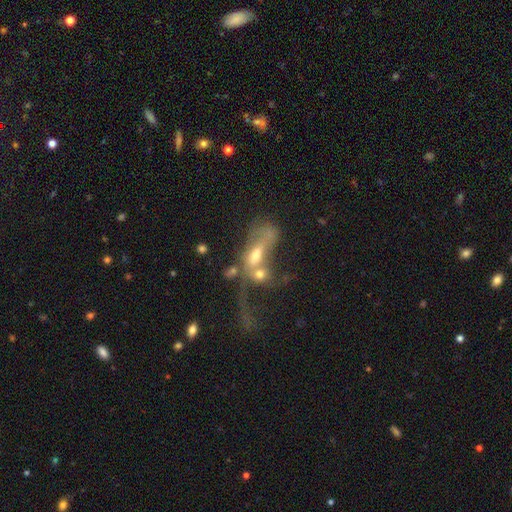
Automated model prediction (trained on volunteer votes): A featured or disk galaxy (52%).

Vote fractions:
- Smooth or featured? featured or disk: 52% / smooth: 36% / star or artifact: 12%
- Edge-on disk? no: 86% / yes: 14%
- Merging? merger: 65% / major disturbance: 22% / none: 8% / minor disturbance: 5%